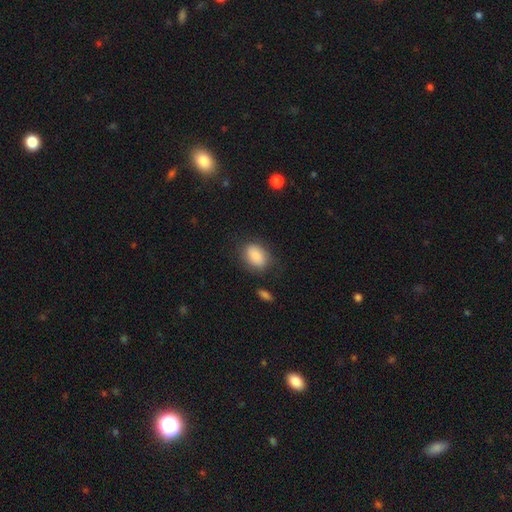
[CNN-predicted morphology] Smooth or featured: smooth — 85% (featured or disk — 9%)
How rounded: in between — 82% (round — 16%)
Merging: none — 72% (minor disturbance — 18%)